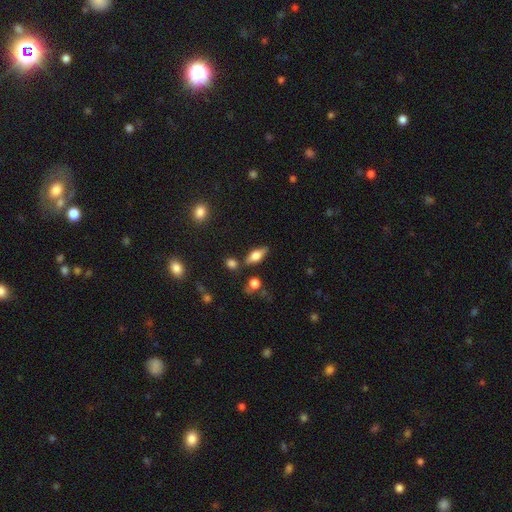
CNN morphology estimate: Smooth or featured: smooth — 56% (featured or disk — 36%)
How rounded: in between — 71% (cigar-shaped — 24%)
Merging: none — 77% (minor disturbance — 13%)